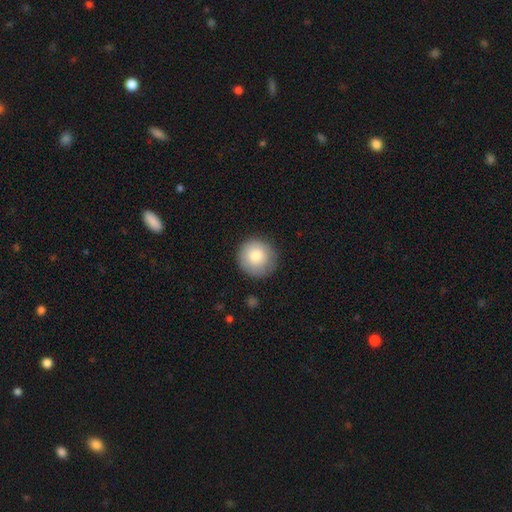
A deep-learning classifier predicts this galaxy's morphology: This appears to be a smooth galaxy with no disk features (81%) that is round (94%). Merging: none (84%).